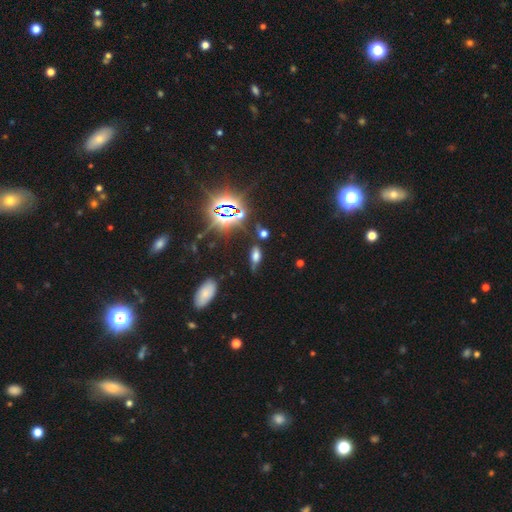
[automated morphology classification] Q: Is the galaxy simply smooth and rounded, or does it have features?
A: smooth — 52%.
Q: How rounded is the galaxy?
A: in between — 74%.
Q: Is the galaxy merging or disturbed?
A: none — 62%.